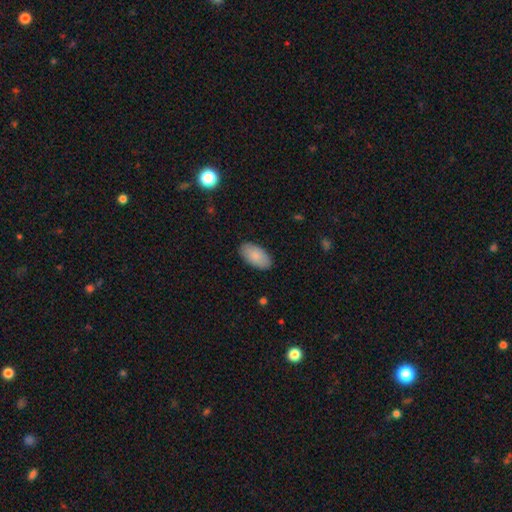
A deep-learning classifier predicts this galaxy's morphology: Smooth or featured? Predicted: smooth (p=0.86). How rounded? Predicted: in between (p=0.96). Merging? Predicted: none (p=0.88).